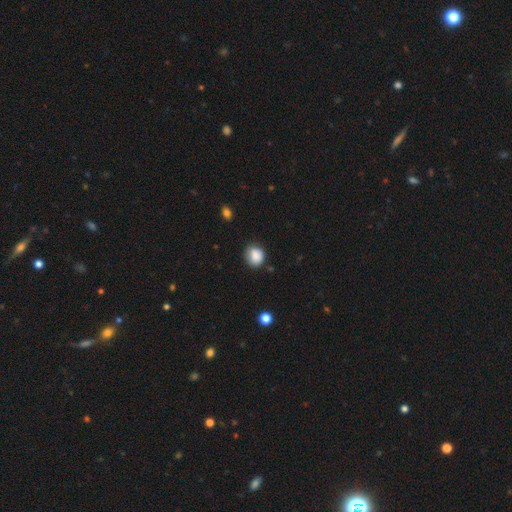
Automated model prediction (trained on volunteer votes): Smooth or featured? smooth (86%)
How rounded? round (71%)
Merging? none (73%)